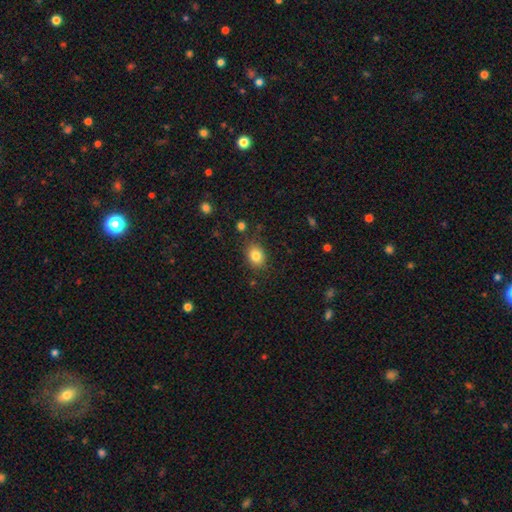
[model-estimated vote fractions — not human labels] smooth_or_featured: smooth (p=0.82) [alt: star or artifact p=0.10]
how_rounded: in between (p=0.54) [alt: round p=0.45]
merging: none (p=0.81) [alt: minor disturbance p=0.13]